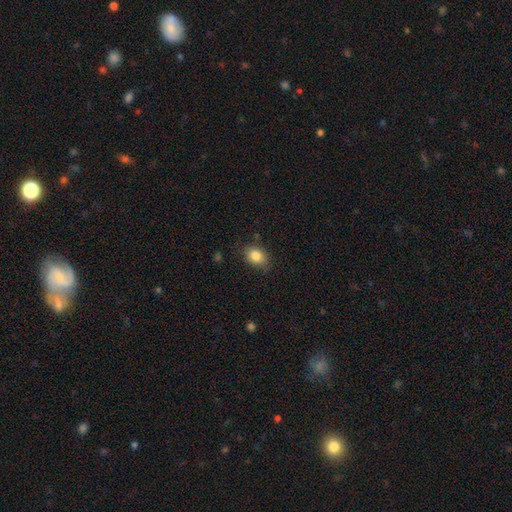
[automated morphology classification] type=smooth (84%); roundness=in between (69%); merging=none (78%).